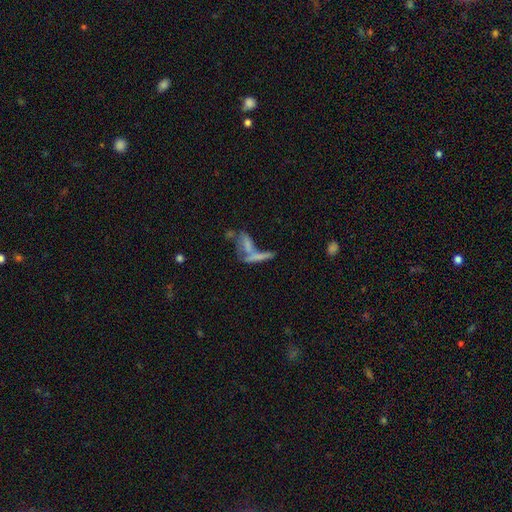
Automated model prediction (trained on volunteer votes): A smooth galaxy with no disk features (55%) that is cigar-shaped (63%).

Vote fractions:
- Smooth or featured? smooth: 55% / featured or disk: 32% / star or artifact: 12%
- How rounded? cigar-shaped: 63% / in between: 32% / round: 4%
- Merging? merger: 52% / none: 30% / minor disturbance: 9% / major disturbance: 9%